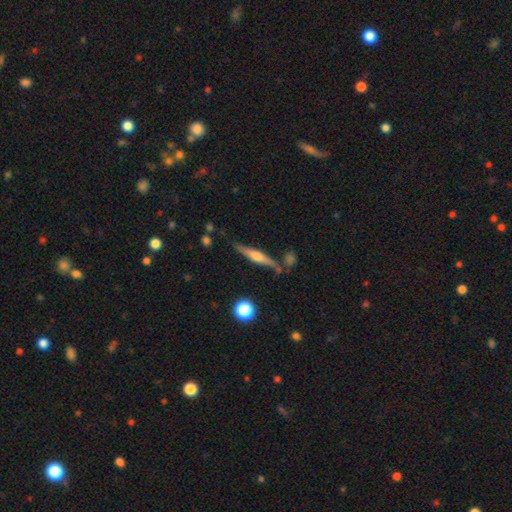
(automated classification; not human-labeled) Smooth or featured? Predicted: featured or disk (p=0.64). Edge-on disk? Predicted: yes (p=0.96). Edge-on bulge? Predicted: rounded (p=0.86). Merging? Predicted: none (p=0.79).